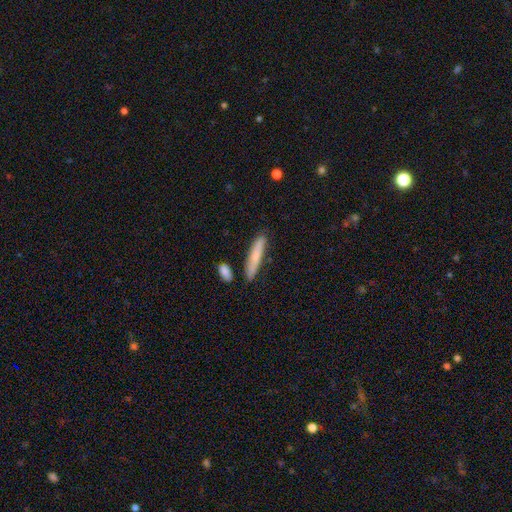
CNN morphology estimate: Q: Smooth or featured?
A: smooth (71%); runner-up: featured or disk (23%)
Q: How rounded?
A: cigar-shaped (90%); runner-up: in between (8%)
Q: Merging?
A: none (81%); runner-up: minor disturbance (13%)